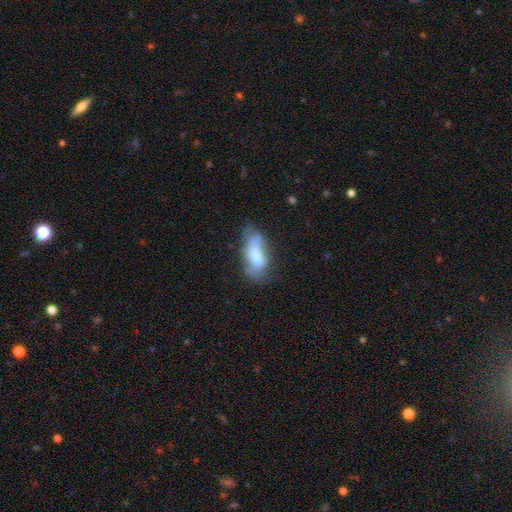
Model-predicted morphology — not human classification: This is likely a smooth galaxy (62%). How rounded: clearly in between (80%). Merging: marginally none (39%).